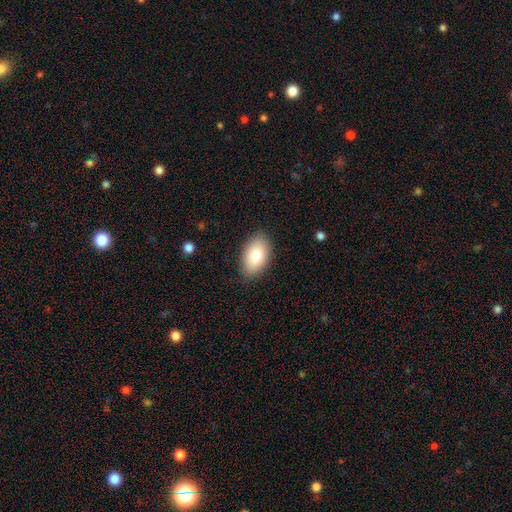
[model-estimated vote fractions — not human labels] Smooth or featured? smooth (79%)
How rounded? in between (92%)
Merging? none (86%)